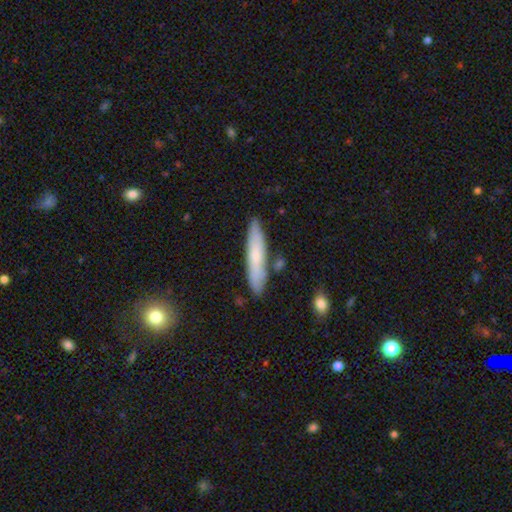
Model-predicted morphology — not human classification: A smooth galaxy with no disk features (65%) that is cigar-shaped (88%). Merging: none (82%).